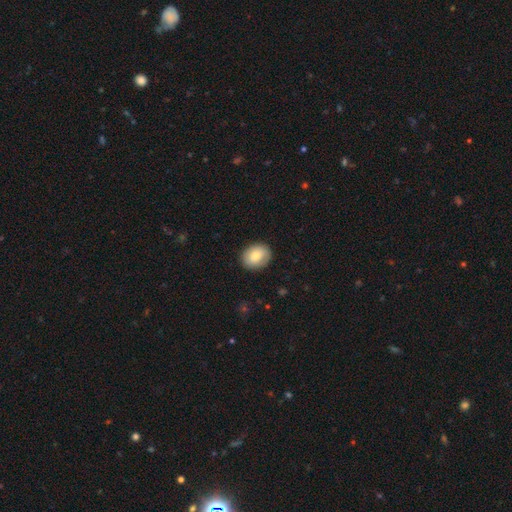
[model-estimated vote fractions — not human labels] Q: Smooth or featured?
A: smooth (80%); runner-up: featured or disk (13%)
Q: How rounded?
A: in between (51%); runner-up: round (48%)
Q: Merging?
A: none (86%); runner-up: minor disturbance (10%)